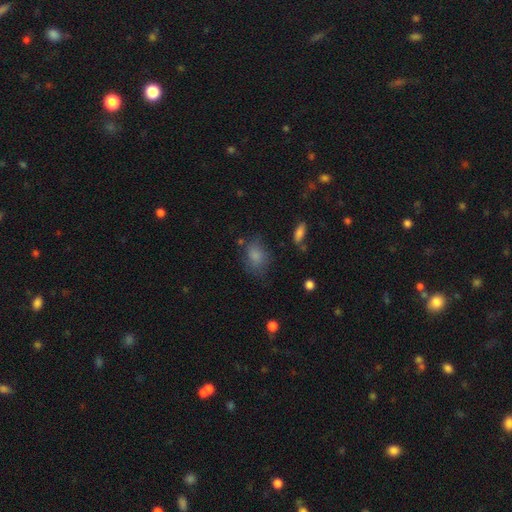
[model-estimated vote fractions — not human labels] smooth-or-featured: smooth: 81% | star or artifact: 10% | featured or disk: 9%
  how-rounded: in between: 72% | round: 26% | cigar-shaped: 2%
  merging: none: 64% | minor disturbance: 23% | major disturbance: 10% | merger: 4%